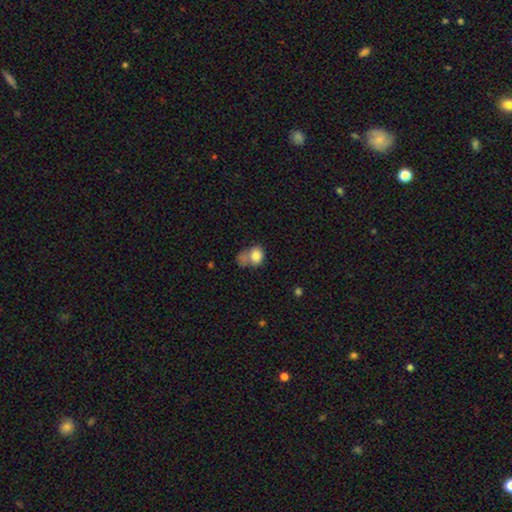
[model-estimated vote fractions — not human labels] Smooth or featured? Predicted: smooth (p=0.79). How rounded? Predicted: in between (p=0.55). Merging? Predicted: merger (p=0.32).